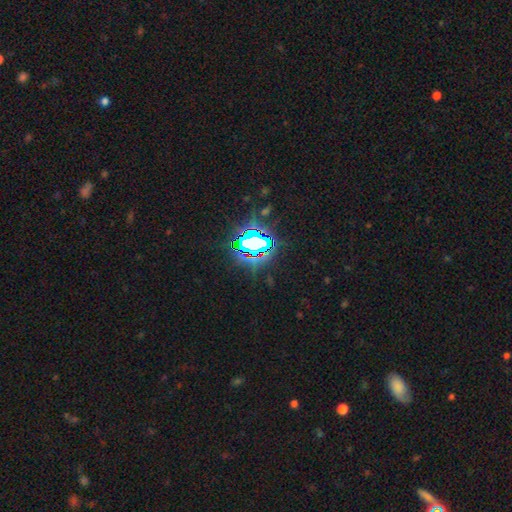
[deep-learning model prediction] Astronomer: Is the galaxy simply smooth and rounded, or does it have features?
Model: star or artifact — 79%.